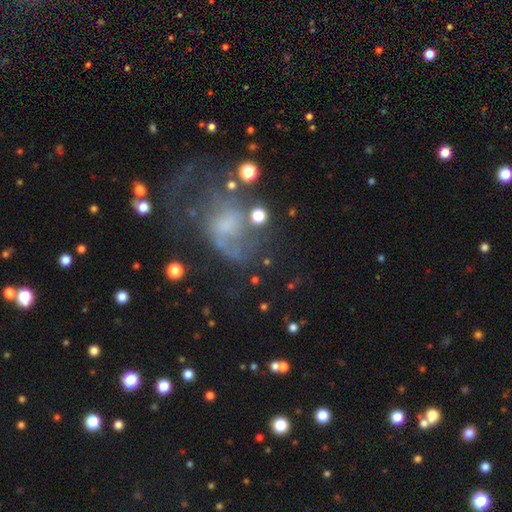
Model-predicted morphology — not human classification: Smooth or featured? featured or disk (53%)
Edge-on disk? no (96%)
Bar? no (67%)
Spiral arms? yes (62%)
Bulge size? small (44%)
Merging? none (42%)